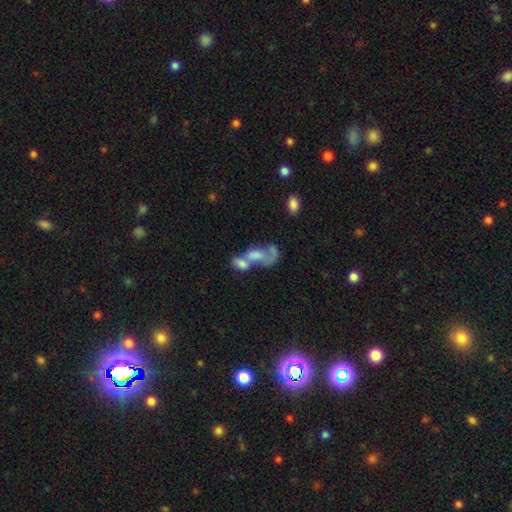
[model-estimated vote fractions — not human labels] Smooth or featured?
  - smooth: 55% *
  - featured or disk: 34%
  - star or artifact: 10%
How rounded?
  - in between: 86% *
  - round: 8%
  - cigar-shaped: 5%
Merging?
  - merger: 72% *
  - major disturbance: 13%
  - none: 9%
  - minor disturbance: 6%